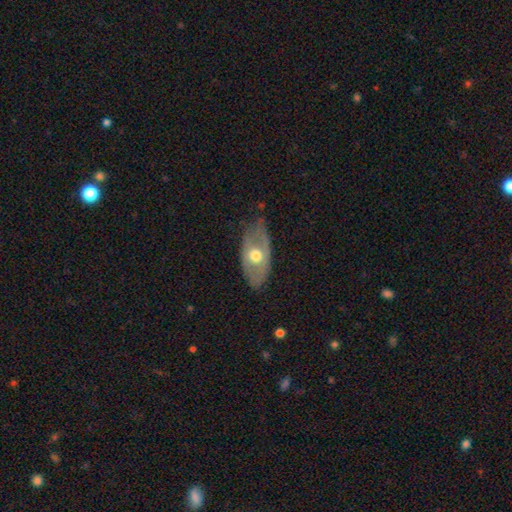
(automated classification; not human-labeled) This is possibly a featured or disk galaxy (51%). It is likely not viewed edge-on (80%). Merging: likely none (67%).